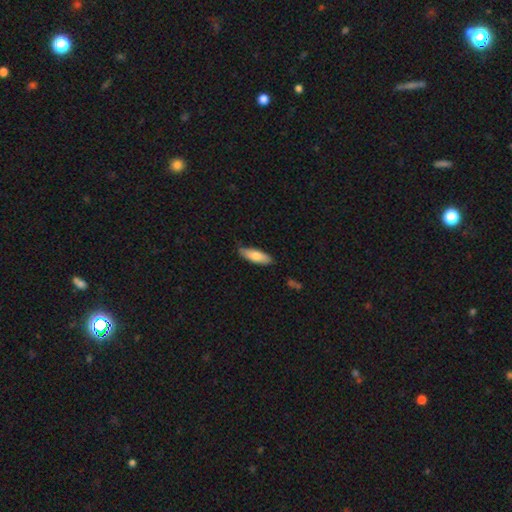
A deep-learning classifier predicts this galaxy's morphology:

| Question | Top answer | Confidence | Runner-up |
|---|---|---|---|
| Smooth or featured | smooth | 75% | featured or disk (20%) |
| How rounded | in between | 59% | cigar-shaped (39%) |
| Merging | none | 84% | minor disturbance (13%) |